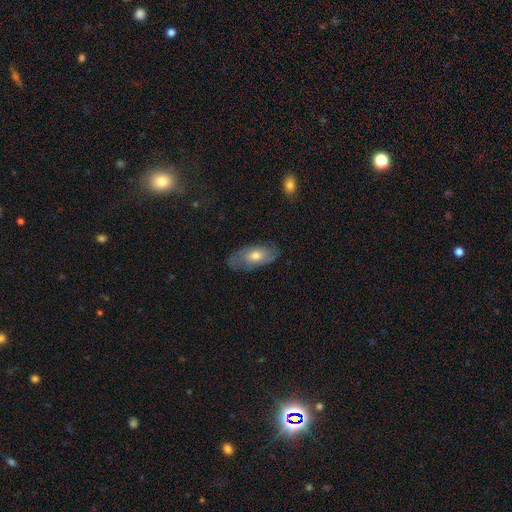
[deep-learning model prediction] smooth_or_featured: smooth (p=0.51) [alt: featured or disk p=0.41]
how_rounded: in between (p=0.89) [alt: cigar-shaped p=0.07]
merging: none (p=0.76) [alt: minor disturbance p=0.18]